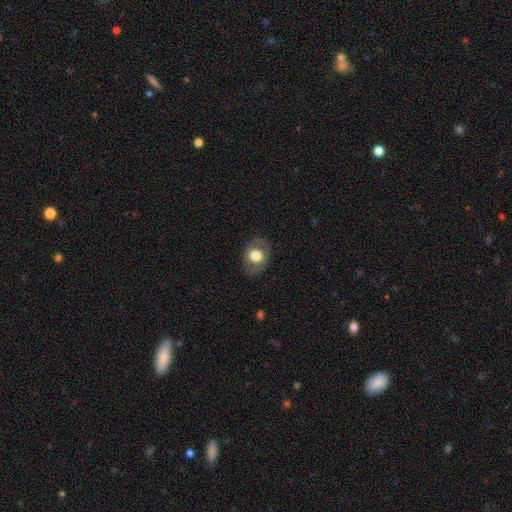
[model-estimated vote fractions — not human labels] This appears to be a smooth galaxy with no disk features (63%) that is in between round and cigar-shaped (59%). Merging: none (81%).